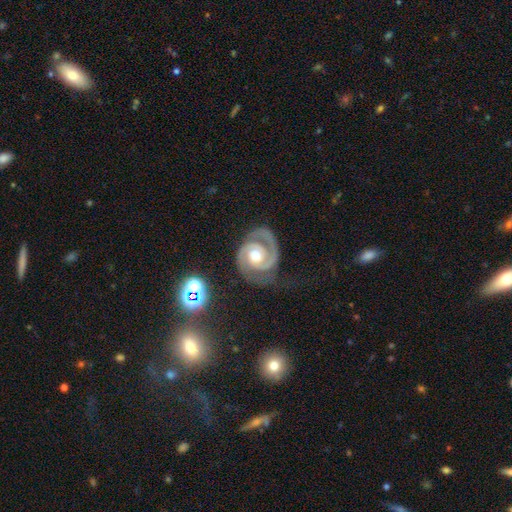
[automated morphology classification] smooth_or_featured: featured or disk (p=0.92) [alt: star or artifact p=0.04]
disk_edge_on: no (p=0.98) [alt: yes p=0.02]
bar: no (p=0.67) [alt: weak p=0.26]
has_spiral_arms: yes (p=0.98) [alt: no p=0.02]
spiral_winding: tight (p=0.60) [alt: medium p=0.35]
spiral_arm_count: 2 (p=0.90) [alt: 1 p=0.04]
bulge_size: moderate (p=0.71) [alt: small p=0.14]
merging: none (p=0.71) [alt: minor disturbance p=0.18]